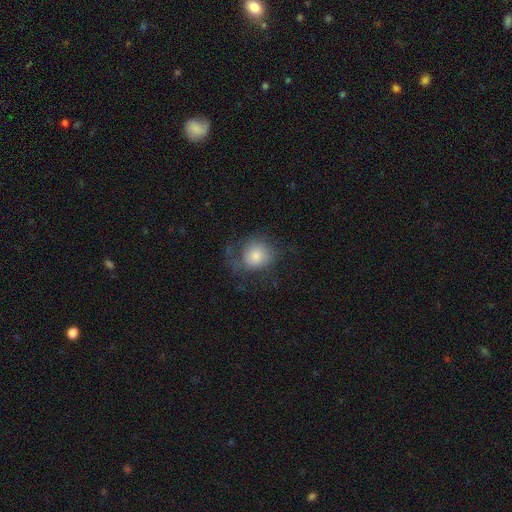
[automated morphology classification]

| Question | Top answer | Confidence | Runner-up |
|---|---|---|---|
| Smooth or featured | smooth | 64% | featured or disk (27%) |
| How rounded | round | 80% | in between (19%) |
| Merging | none | 48% | major disturbance (28%) |